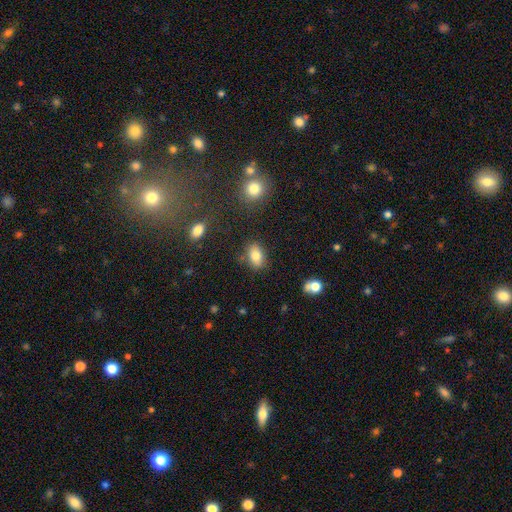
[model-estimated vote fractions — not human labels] smooth 81%, star or artifact 10%, featured or disk 9%. Down the decision tree: how rounded — in between (85%); merging — none (79%).